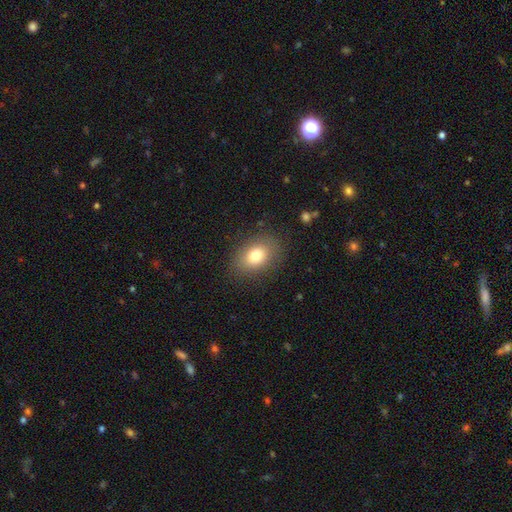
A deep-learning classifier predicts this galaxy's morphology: This is likely a smooth galaxy (79%). How rounded: likely in between (77%). Merging: clearly none (84%).